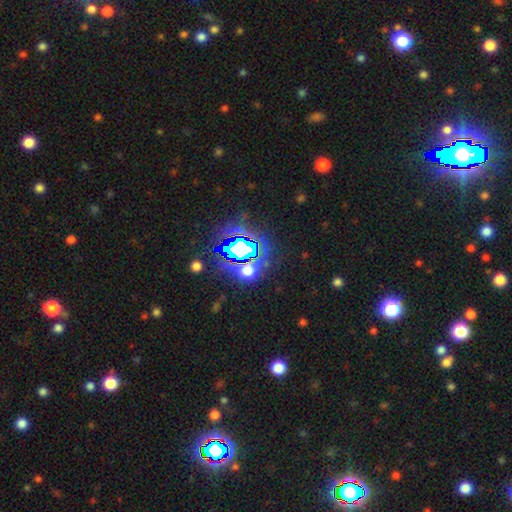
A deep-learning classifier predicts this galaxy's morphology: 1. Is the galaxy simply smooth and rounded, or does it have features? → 83% star or artifact, 11% smooth, 7% featured or disk.